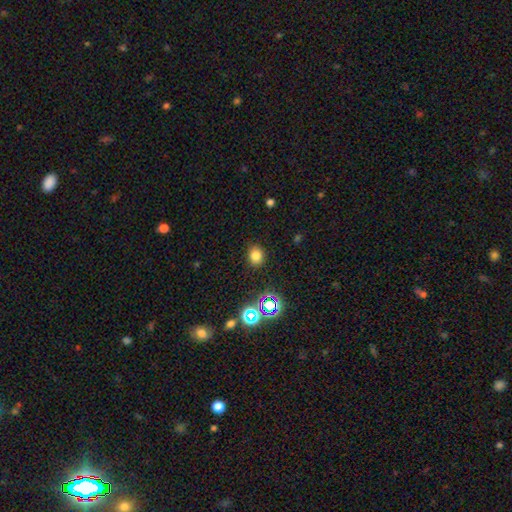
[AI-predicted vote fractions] smooth_or_featured: smooth (p=0.77) [alt: star or artifact p=0.18]
how_rounded: round (p=0.66) [alt: in between p=0.33]
merging: none (p=0.88) [alt: minor disturbance p=0.08]